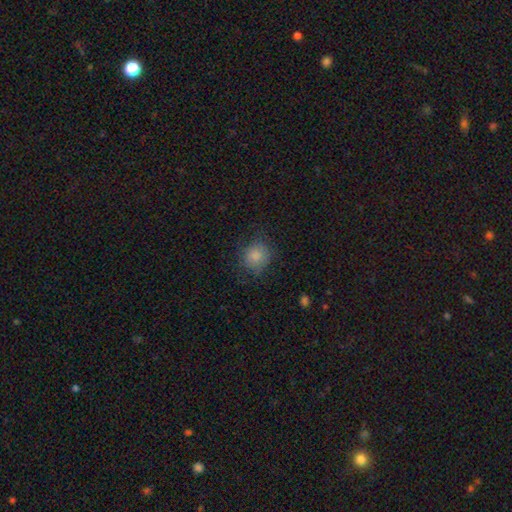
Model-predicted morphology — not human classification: This appears to be a smooth galaxy with no disk features (84%) that is round (83%). Merging: none (73%).